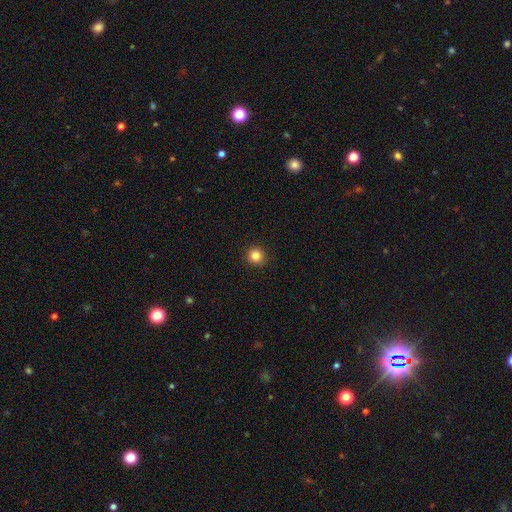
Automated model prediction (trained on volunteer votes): Smooth or featured? smooth (84%)
How rounded? round (92%)
Merging? none (93%)